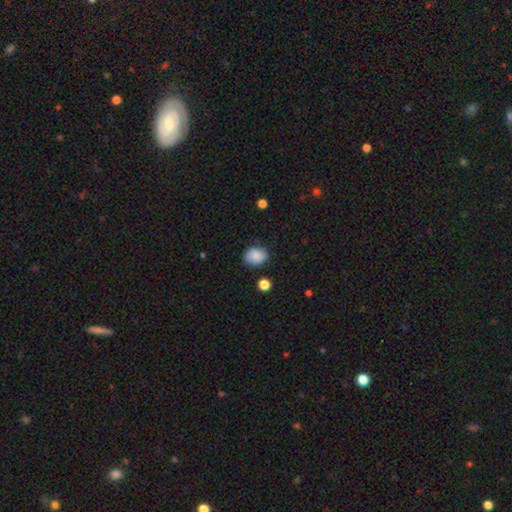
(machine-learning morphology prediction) This is clearly a smooth galaxy (84%). How rounded: possibly in between (53%). Merging: likely none (75%).